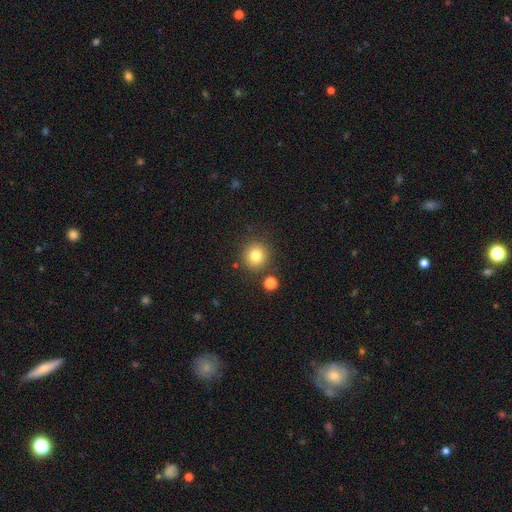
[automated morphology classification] Smooth or featured?
  - smooth: 81% *
  - star or artifact: 12%
  - featured or disk: 7%
How rounded?
  - round: 93% *
  - in between: 6%
  - cigar-shaped: 1%
Merging?
  - none: 85% *
  - minor disturbance: 7%
  - merger: 5%
  - major disturbance: 3%